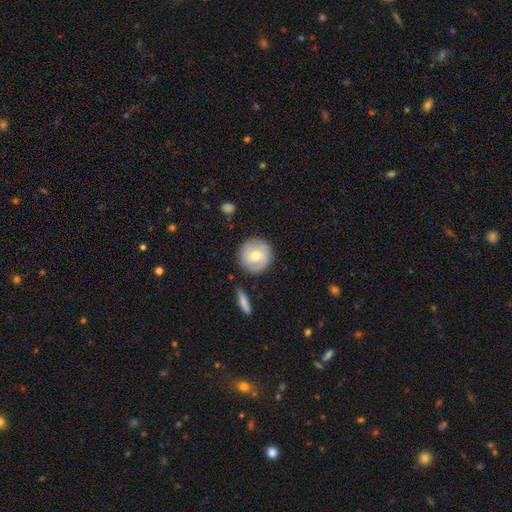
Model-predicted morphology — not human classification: The model was most divided on "smooth or featured": smooth: 57%, featured or disk: 36%, star or artifact: 7%. More confident: how rounded — round (94%); merging — none (83%).